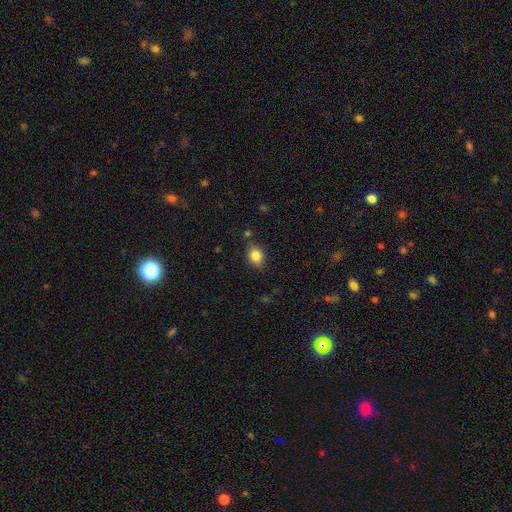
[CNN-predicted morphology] smooth-or-featured: smooth: 84% | star or artifact: 10% | featured or disk: 7%
  how-rounded: in between: 56% | round: 43% | cigar-shaped: 1%
  merging: none: 82% | minor disturbance: 13% | major disturbance: 3% | merger: 3%